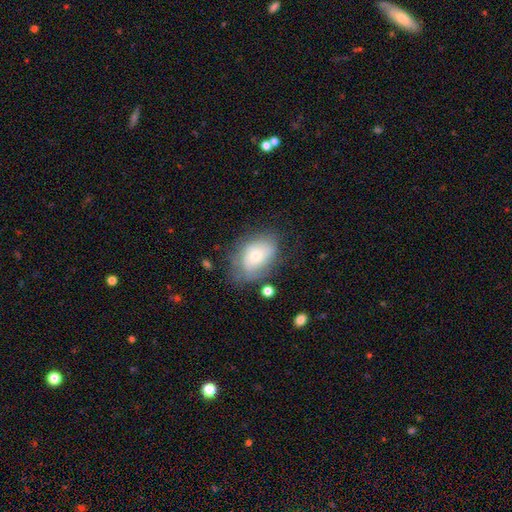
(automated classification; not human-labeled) Morphology: type=smooth (63%); roundness=in between (80%); merging=none (55%).